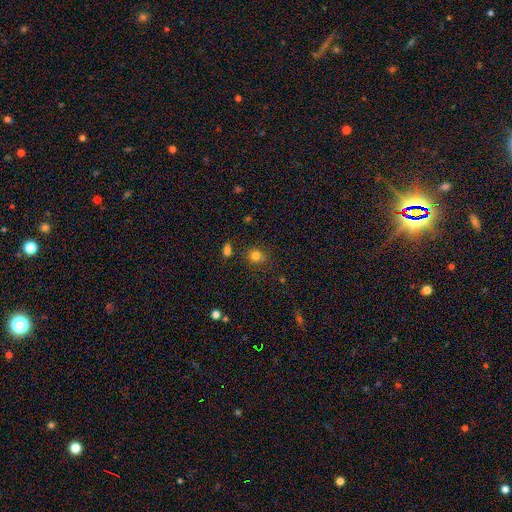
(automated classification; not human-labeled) Smooth or featured? Predicted: smooth (p=0.79). How rounded? Predicted: round (p=0.81). Merging? Predicted: none (p=0.79).